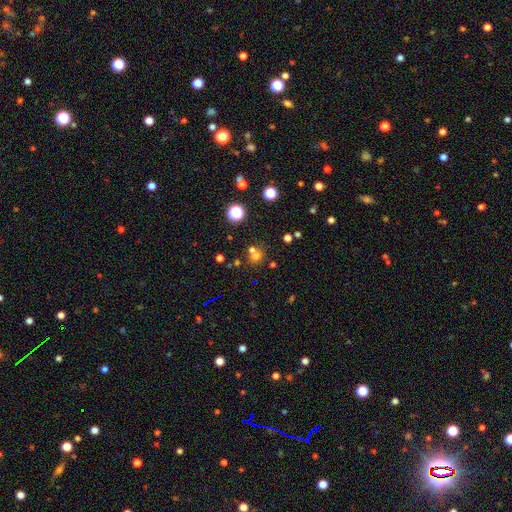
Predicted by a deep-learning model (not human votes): The model was most divided on "merging": none: 52%, merger: 37%, minor disturbance: 7%, major disturbance: 4%. More confident: how rounded — round (84%); smooth or featured — smooth (58%).